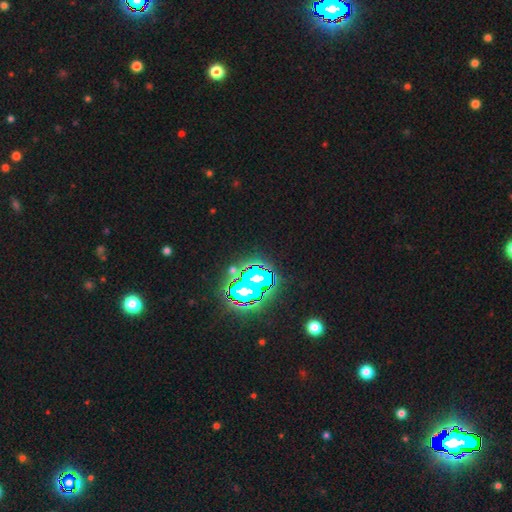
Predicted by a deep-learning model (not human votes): Smooth or featured? star or artifact (78%)